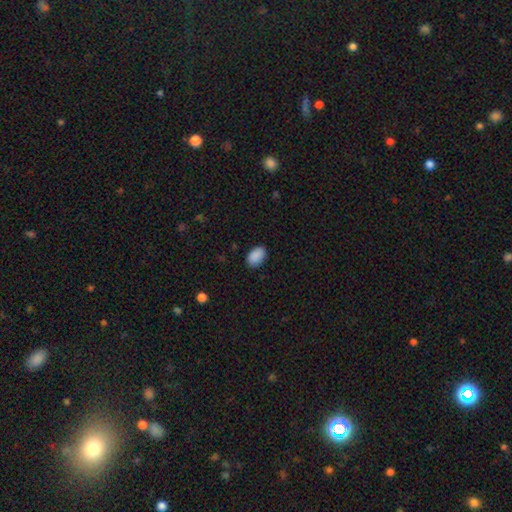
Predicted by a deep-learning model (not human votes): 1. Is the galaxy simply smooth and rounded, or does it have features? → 90% smooth, 8% star or artifact, 3% featured or disk.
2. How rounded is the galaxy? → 89% in between, 10% round, 1% cigar-shaped.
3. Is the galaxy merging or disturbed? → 86% none, 11% minor disturbance, 2% major disturbance, 1% merger.